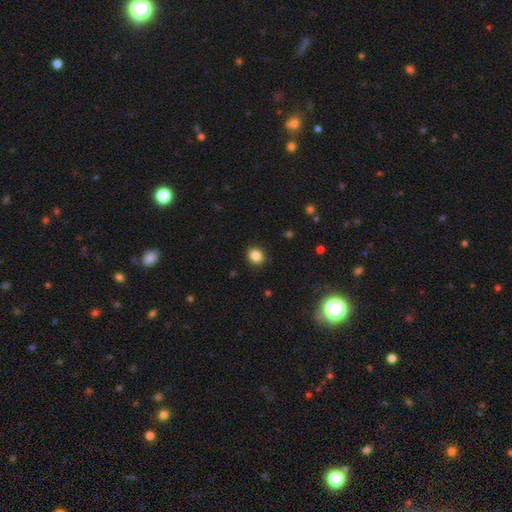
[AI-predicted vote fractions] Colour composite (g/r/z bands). It shows a smooth galaxy with no disk features (86%) that is round (63%). Merging: none (88%).